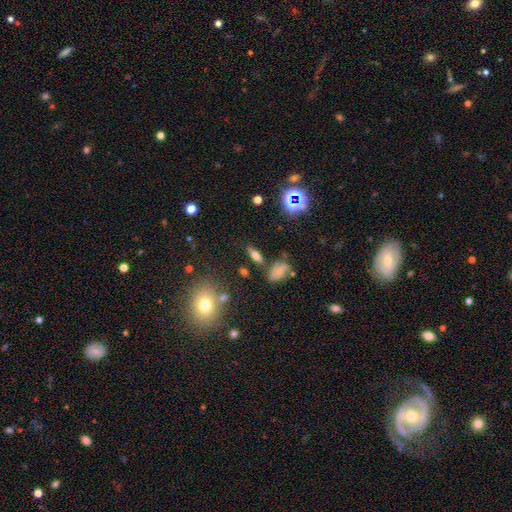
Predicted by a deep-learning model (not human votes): Q: Smooth or featured?
A: smooth (53%); runner-up: featured or disk (30%)
Q: How rounded?
A: in between (54%); runner-up: cigar-shaped (37%)
Q: Merging?
A: none (75%); runner-up: minor disturbance (13%)